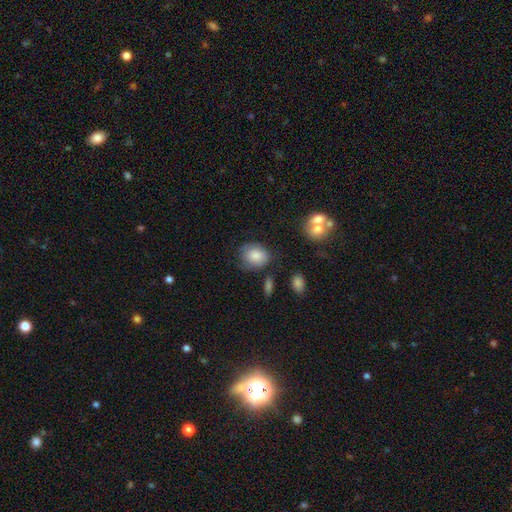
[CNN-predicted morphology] Smooth or featured: smooth — 80% (featured or disk — 12%)
How rounded: round — 57% (in between — 42%)
Merging: none — 64% (minor disturbance — 24%)